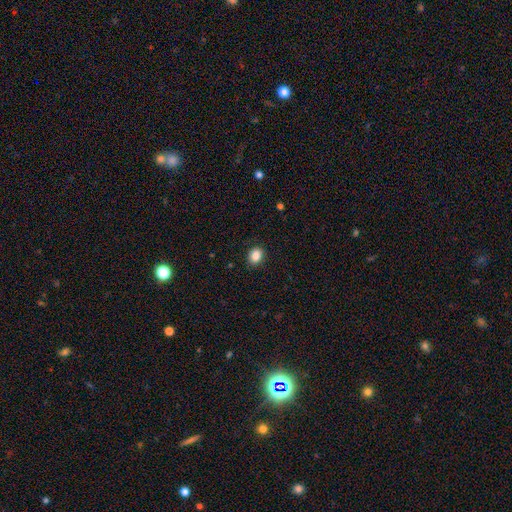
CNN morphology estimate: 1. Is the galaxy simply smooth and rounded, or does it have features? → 87% smooth, 9% star or artifact, 4% featured or disk.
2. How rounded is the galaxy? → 57% in between, 42% round, 1% cigar-shaped.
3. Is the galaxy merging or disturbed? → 88% none, 8% minor disturbance, 2% major disturbance, 1% merger.